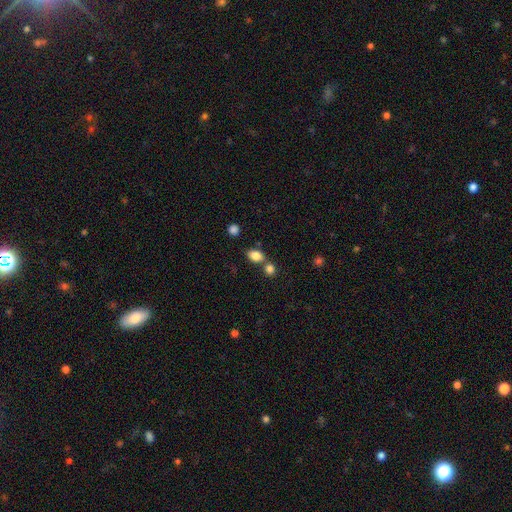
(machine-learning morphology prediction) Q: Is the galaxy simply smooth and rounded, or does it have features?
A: smooth — 84%.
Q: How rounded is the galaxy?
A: in between — 75%.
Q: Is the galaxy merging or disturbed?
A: none — 61%.